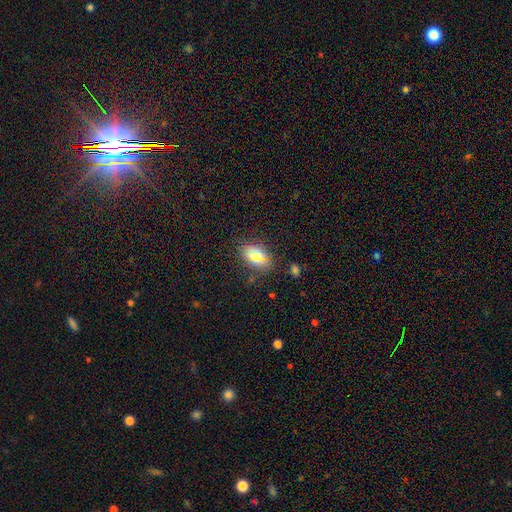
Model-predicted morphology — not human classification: smooth 70%, featured or disk 16%, star or artifact 14%. Down the decision tree: how rounded — in between (82%); merging — none (81%).